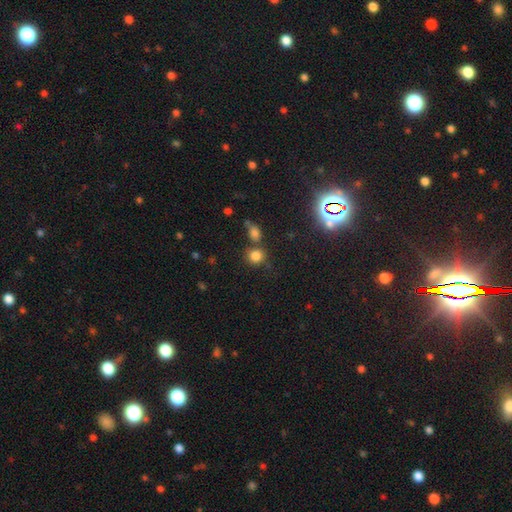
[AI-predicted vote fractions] Smooth or featured? smooth (78%)
How rounded? round (83%)
Merging? none (63%)